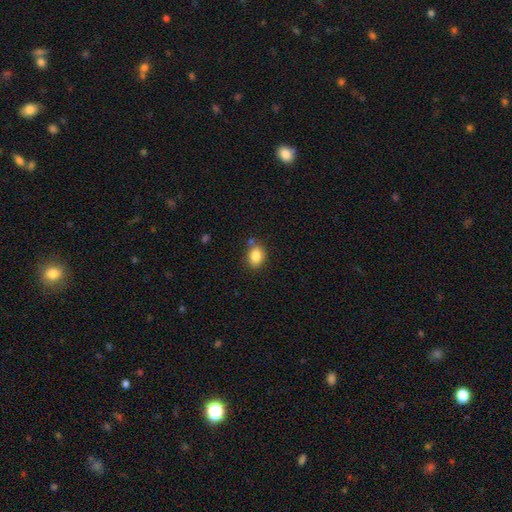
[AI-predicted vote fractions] Overall: smooth (85%). How rounded: in between (64%; round 34%). Merging: none (72%).